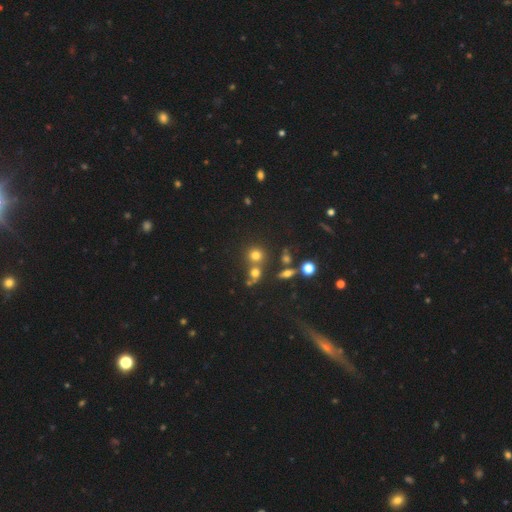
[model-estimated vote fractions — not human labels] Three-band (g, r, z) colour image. It shows a smooth galaxy with no disk features (69%) that is round (88%). Merging: none (61%).